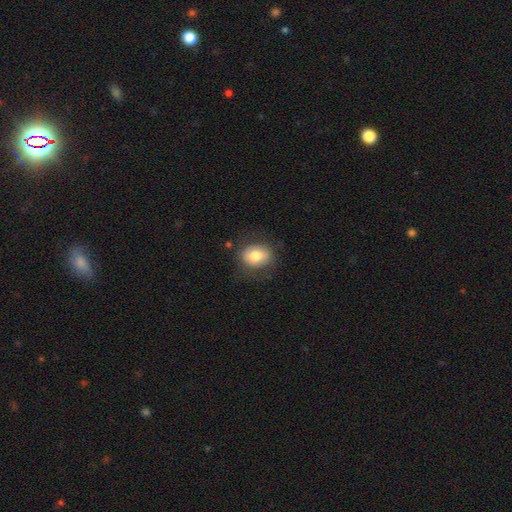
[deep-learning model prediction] Smooth or featured: smooth — 75% (featured or disk — 17%)
How rounded: in between — 53% (round — 46%)
Merging: none — 76% (minor disturbance — 16%)